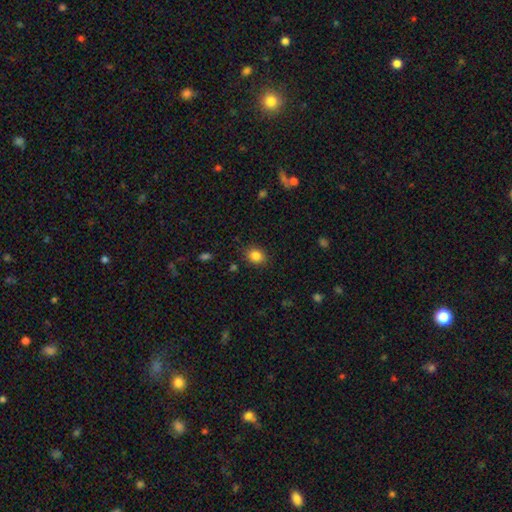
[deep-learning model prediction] Smooth or featured?
  - smooth: 85% *
  - star or artifact: 10%
  - featured or disk: 5%
How rounded?
  - in between: 56% *
  - round: 43%
  - cigar-shaped: 1%
Merging?
  - none: 85% *
  - minor disturbance: 10%
  - major disturbance: 3%
  - merger: 1%